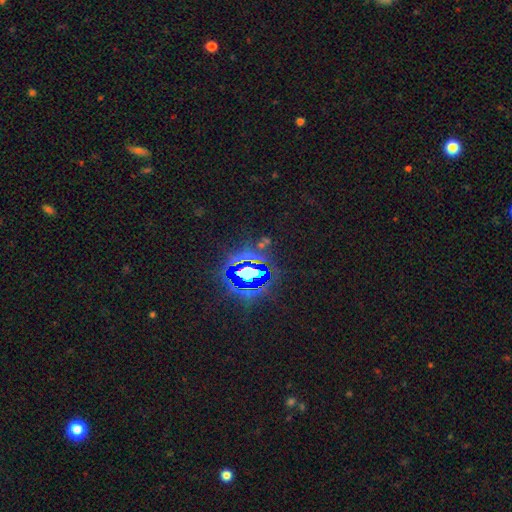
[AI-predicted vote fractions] Morphology: type=star or artifact (82%).